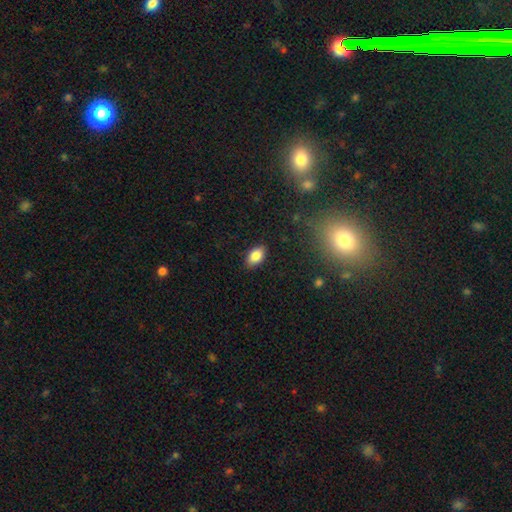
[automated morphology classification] The model was most divided on "smooth or featured": smooth: 84%, star or artifact: 8%, featured or disk: 8%. More confident: how rounded — in between (91%); merging — none (87%).